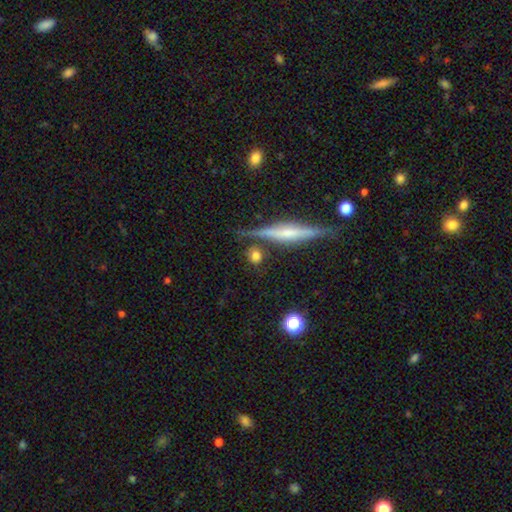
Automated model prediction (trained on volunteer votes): Q: Smooth or featured?
A: smooth (71%); runner-up: featured or disk (18%)
Q: How rounded?
A: round (71%); runner-up: in between (19%)
Q: Merging?
A: none (79%); runner-up: minor disturbance (11%)